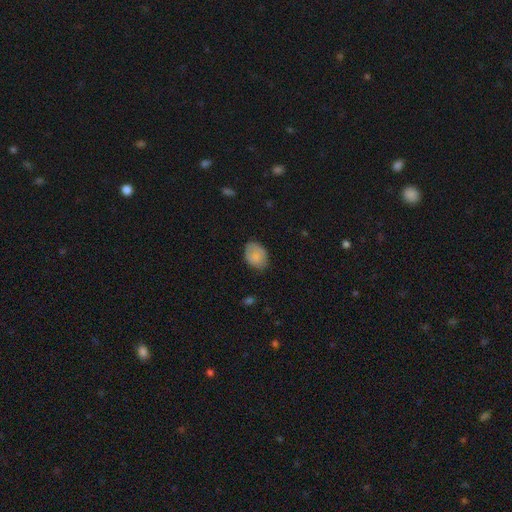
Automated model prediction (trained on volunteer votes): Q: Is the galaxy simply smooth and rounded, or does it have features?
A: smooth — 82%.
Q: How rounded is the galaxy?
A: in between — 75%.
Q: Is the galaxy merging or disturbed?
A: none — 71%.